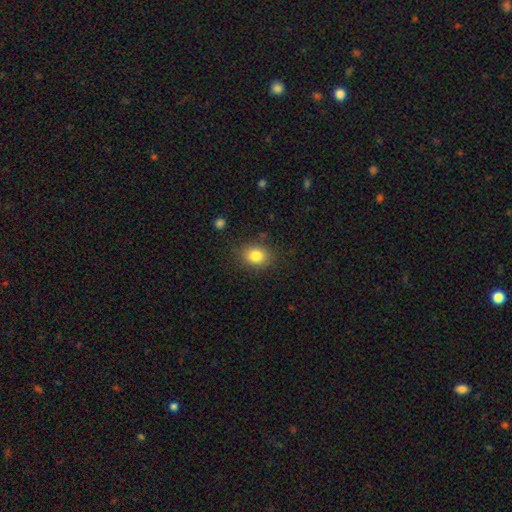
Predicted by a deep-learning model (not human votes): Smooth or featured? smooth (82%)
How rounded? in between (50%)
Merging? none (84%)